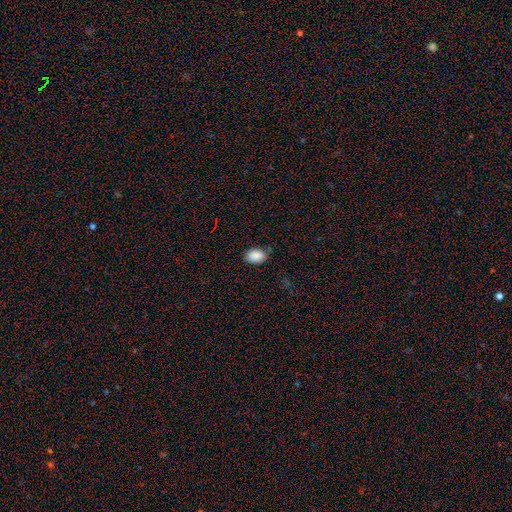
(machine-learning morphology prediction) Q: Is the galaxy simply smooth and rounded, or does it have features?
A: smooth — 88%.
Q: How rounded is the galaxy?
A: in between — 85%.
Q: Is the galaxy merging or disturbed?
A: none — 77%.